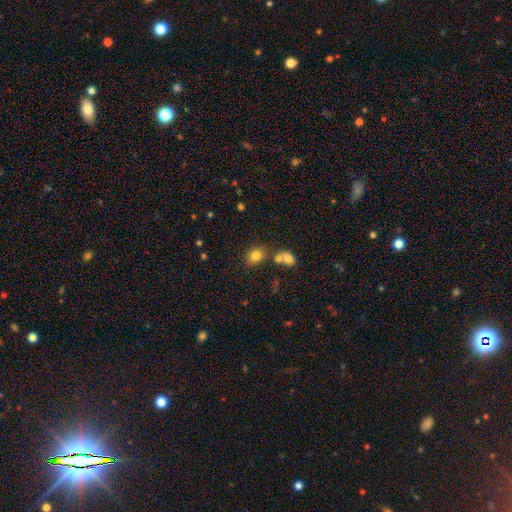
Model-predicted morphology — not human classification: Q: Smooth or featured?
A: smooth (80%); runner-up: star or artifact (12%)
Q: How rounded?
A: in between (50%); runner-up: round (48%)
Q: Merging?
A: none (68%); runner-up: merger (17%)